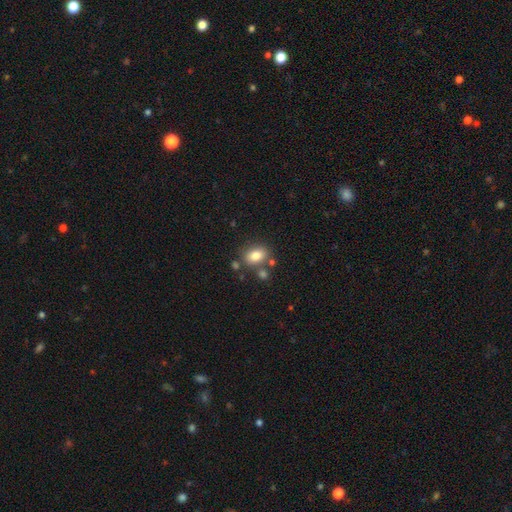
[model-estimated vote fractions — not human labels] smooth 80%, featured or disk 10%, star or artifact 10%. Down the decision tree: how rounded — in between (75%); merging — none (69%).